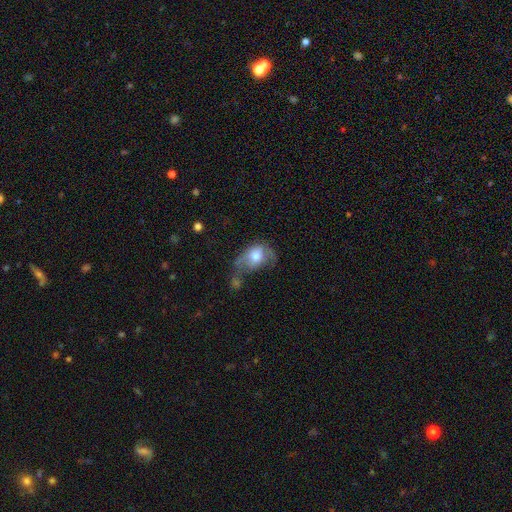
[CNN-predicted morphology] smooth-or-featured: smooth: 63% | featured or disk: 29% | star or artifact: 8%
  how-rounded: in between: 74% | round: 25% | cigar-shaped: 2%
  merging: major disturbance: 37% | minor disturbance: 23% | merger: 22% | none: 18%